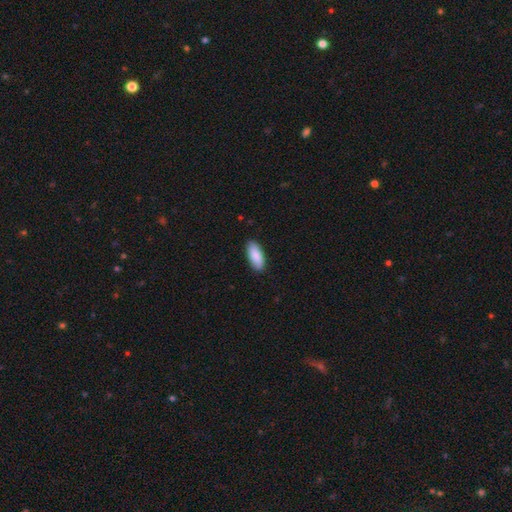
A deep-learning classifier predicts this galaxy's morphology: type=smooth (89%); roundness=in between (82%); merging=none (88%).